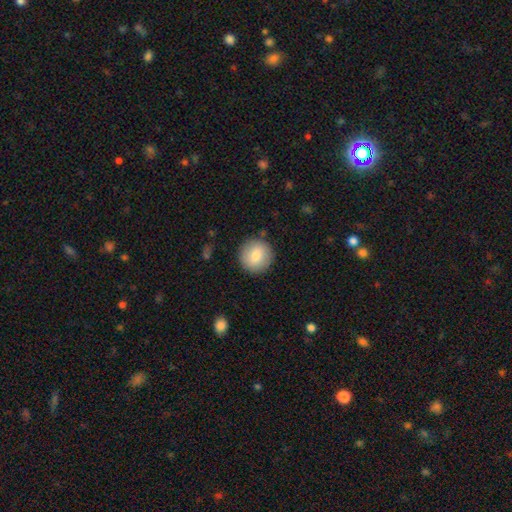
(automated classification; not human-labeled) Overall: smooth (81%). How rounded: round (95%). Merging: none (89%).